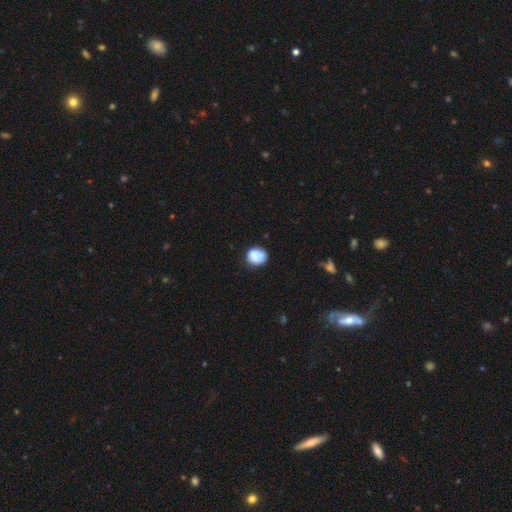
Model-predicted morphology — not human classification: This is likely a smooth galaxy (79%). How rounded: likely round (62%). Merging: likely none (66%).